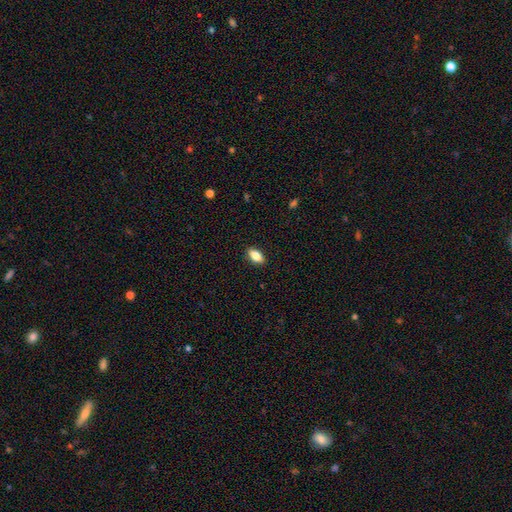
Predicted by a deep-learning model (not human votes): The model was most divided on "smooth or featured": smooth: 82%, featured or disk: 11%, star or artifact: 7%. More confident: merging — none (90%); how rounded — in between (89%).